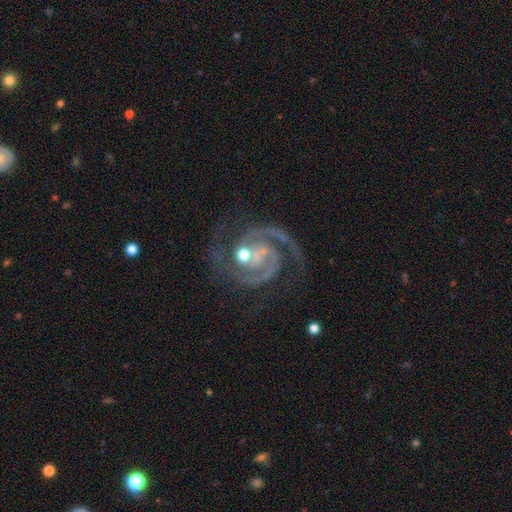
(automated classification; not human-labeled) featured or disk 93%, star or artifact 5%, smooth 3%. Down the decision tree: edge-on disk — no (98%); bar — no (45%); spiral arms — yes (99%); spiral arm count — 2 (78%); spiral winding — tight (53%); bulge size — small (54%); merging — none (68%).